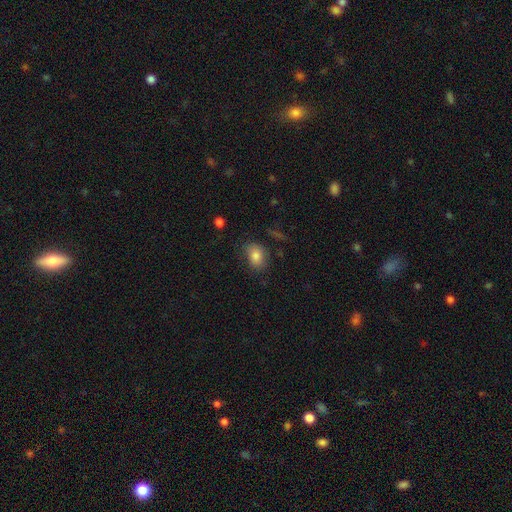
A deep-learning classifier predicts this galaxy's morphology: Smooth or featured: smooth — 82% (star or artifact — 9%)
How rounded: in between — 74% (round — 25%)
Merging: none — 72% (minor disturbance — 20%)